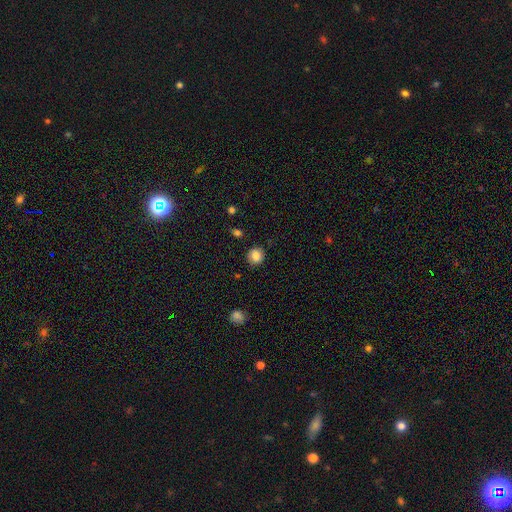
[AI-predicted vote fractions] The model was most divided on "how rounded": round: 81%, in between: 18%, cigar-shaped: 1%. More confident: merging — none (86%); smooth or featured — smooth (83%).